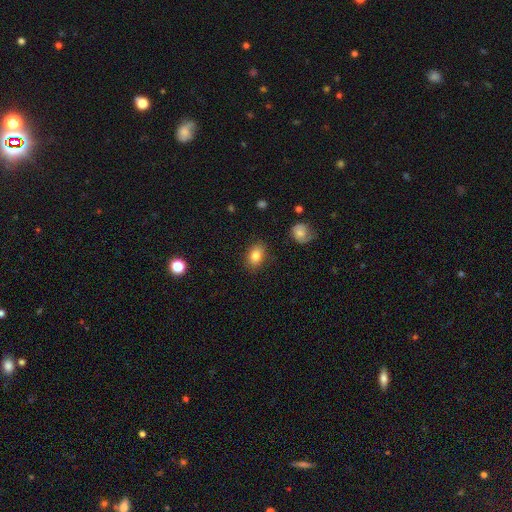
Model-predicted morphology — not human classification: Q: Smooth or featured?
A: smooth (82%); runner-up: featured or disk (10%)
Q: How rounded?
A: in between (83%); runner-up: round (15%)
Q: Merging?
A: none (85%); runner-up: minor disturbance (11%)